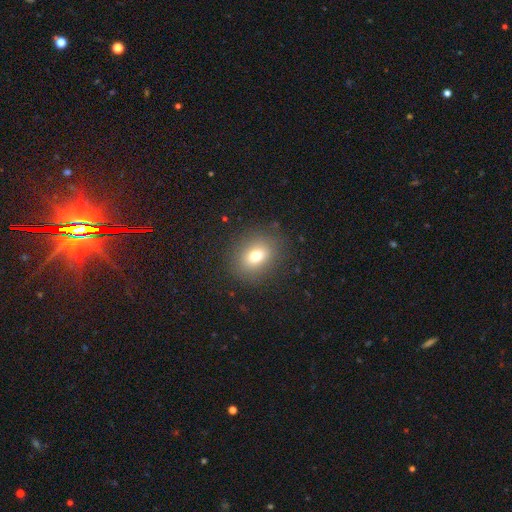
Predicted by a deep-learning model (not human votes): A smooth galaxy with no disk features (72%) that is round (52%). Merging: none (86%).